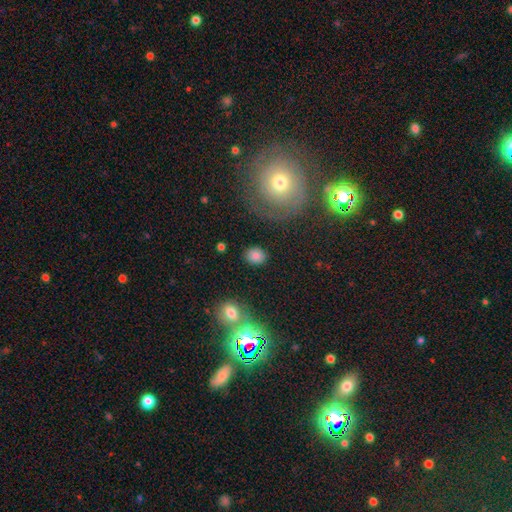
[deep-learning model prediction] This is clearly a smooth galaxy (83%). How rounded: likely round (61%). Merging: clearly none (85%).